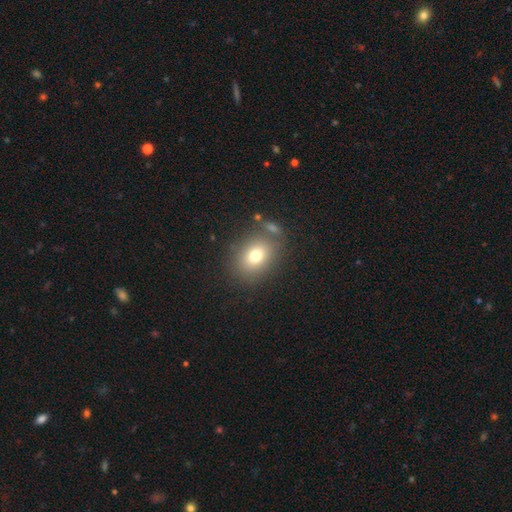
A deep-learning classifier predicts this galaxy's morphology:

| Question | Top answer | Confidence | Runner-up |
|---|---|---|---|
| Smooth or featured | smooth | 75% | featured or disk (13%) |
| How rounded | in between | 55% | round (44%) |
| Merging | none | 75% | minor disturbance (12%) |